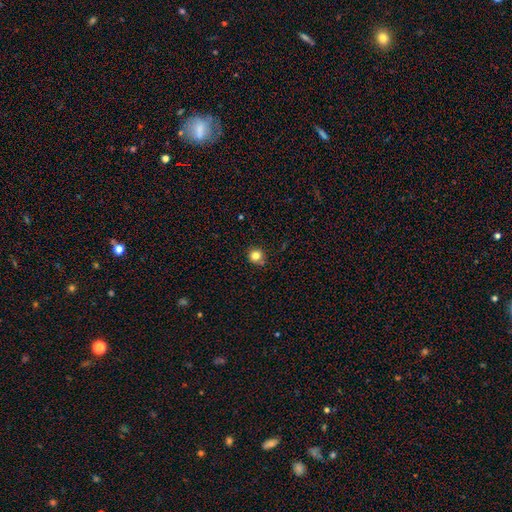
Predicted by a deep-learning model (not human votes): Smooth or featured?
  - smooth: 81% *
  - star or artifact: 13%
  - featured or disk: 6%
How rounded?
  - round: 92% *
  - in between: 7%
  - cigar-shaped: 1%
Merging?
  - none: 83% *
  - minor disturbance: 11%
  - merger: 4%
  - major disturbance: 2%